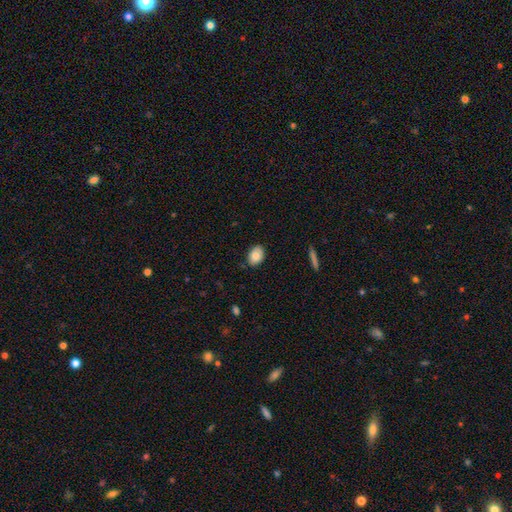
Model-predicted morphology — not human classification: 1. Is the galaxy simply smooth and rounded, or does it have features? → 83% smooth, 10% featured or disk, 8% star or artifact.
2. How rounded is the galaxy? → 80% in between, 19% round, 1% cigar-shaped.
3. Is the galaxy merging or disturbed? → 82% none, 14% minor disturbance, 2% major disturbance, 1% merger.